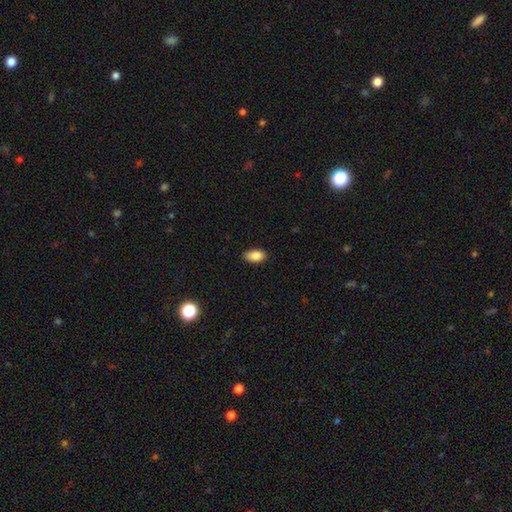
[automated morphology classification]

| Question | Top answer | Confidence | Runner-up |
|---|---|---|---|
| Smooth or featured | smooth | 86% | star or artifact (8%) |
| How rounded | in between | 92% | round (5%) |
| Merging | none | 85% | minor disturbance (12%) |